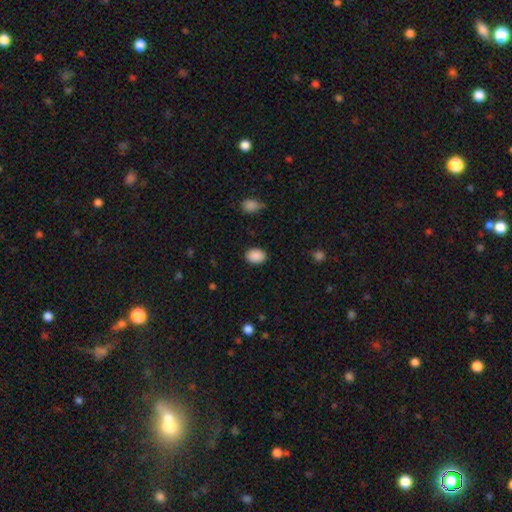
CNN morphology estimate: Smooth or featured: smooth — 90% (star or artifact — 8%)
How rounded: in between — 75% (round — 24%)
Merging: none — 86% (minor disturbance — 10%)